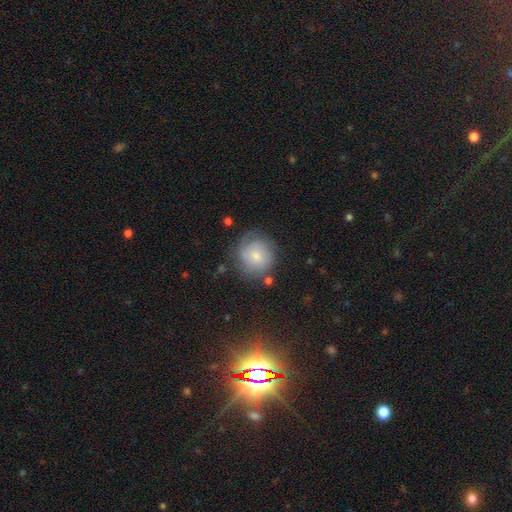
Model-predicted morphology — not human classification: The model was most divided on "smooth or featured": smooth: 52%, featured or disk: 40%, star or artifact: 8%. More confident: how rounded — round (87%); merging — none (66%).